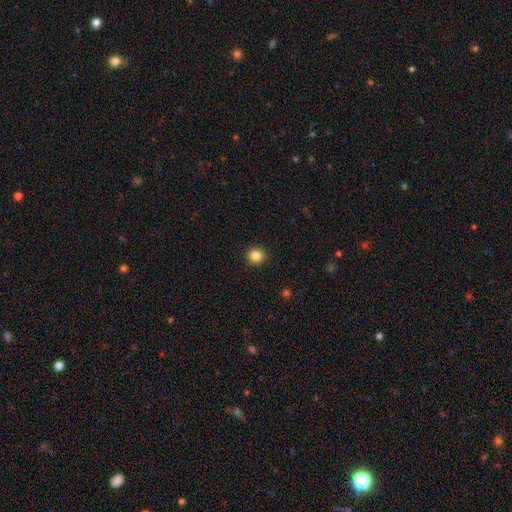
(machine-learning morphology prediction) Smooth or featured: smooth — 85% (star or artifact — 11%)
How rounded: round — 88% (in between — 11%)
Merging: none — 92% (minor disturbance — 5%)